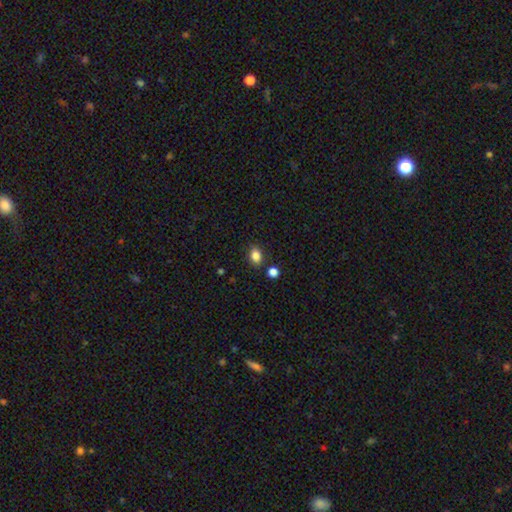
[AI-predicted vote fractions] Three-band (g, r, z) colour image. It shows a smooth galaxy with no disk features (85%) that is in between round and cigar-shaped (68%). Merging: none (82%).